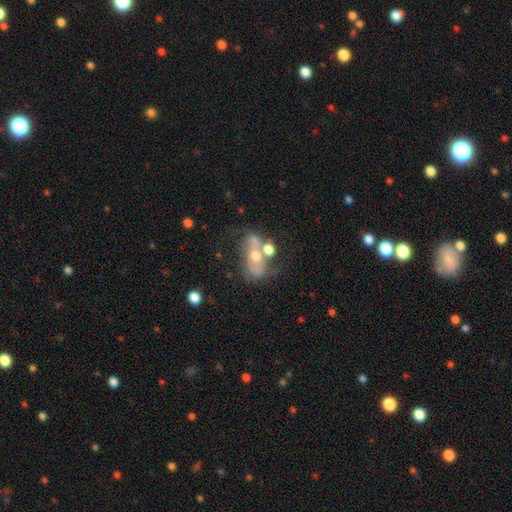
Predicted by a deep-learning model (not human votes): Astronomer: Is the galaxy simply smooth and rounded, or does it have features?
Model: featured or disk — 64%.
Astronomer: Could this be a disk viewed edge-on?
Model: no — 94%.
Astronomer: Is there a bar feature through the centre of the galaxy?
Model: no — 63%.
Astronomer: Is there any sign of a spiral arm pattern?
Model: yes — 59% (runner-up: no, 41%).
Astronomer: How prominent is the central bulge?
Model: moderate — 66%.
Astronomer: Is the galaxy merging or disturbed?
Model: none — 37% (runner-up: merger, 30%).